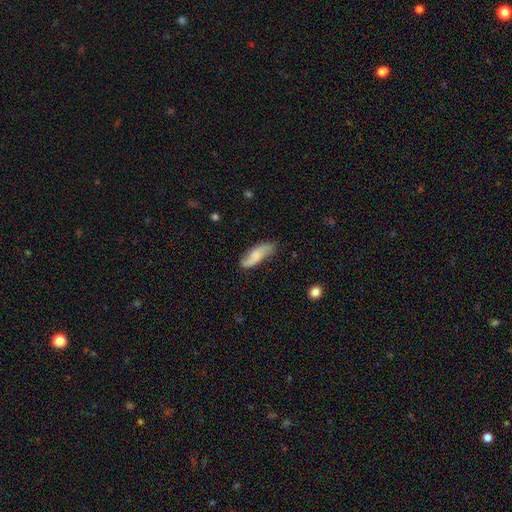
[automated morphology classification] A smooth galaxy with no disk features (52%) that is in between round and cigar-shaped (55%). Merging: none (70%).